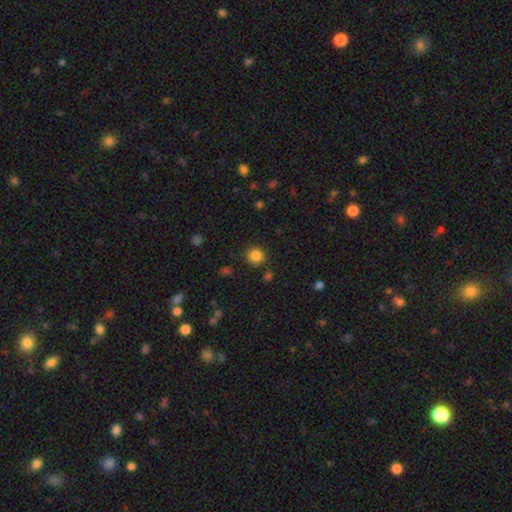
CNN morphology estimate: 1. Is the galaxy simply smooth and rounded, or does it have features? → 84% smooth, 12% star or artifact, 4% featured or disk.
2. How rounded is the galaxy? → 91% round, 8% in between, 1% cigar-shaped.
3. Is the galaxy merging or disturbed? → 87% none, 7% minor disturbance, 3% merger, 3% major disturbance.